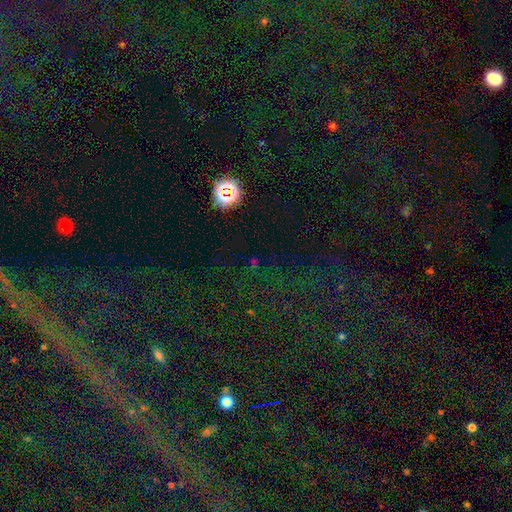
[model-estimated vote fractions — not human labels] This is likely a star or artifact rather than a galaxy (75%).